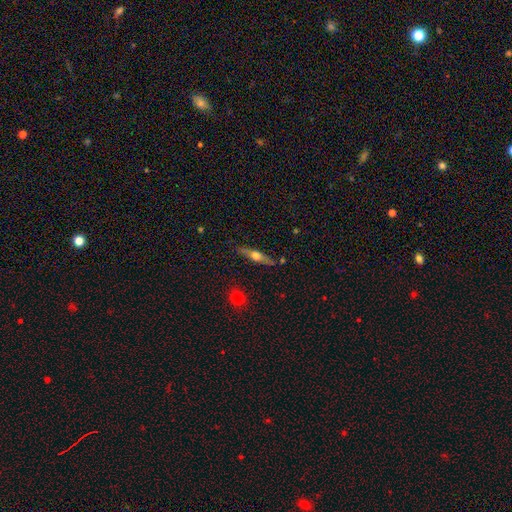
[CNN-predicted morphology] Smooth or featured?
  - featured or disk: 55% *
  - smooth: 38%
  - star or artifact: 6%
Edge-on disk?
  - yes: 91% *
  - no: 9%
Edge-on bulge?
  - rounded: 92% *
  - none: 4%
  - boxy: 3%
Merging?
  - none: 83% *
  - minor disturbance: 11%
  - merger: 3%
  - major disturbance: 2%